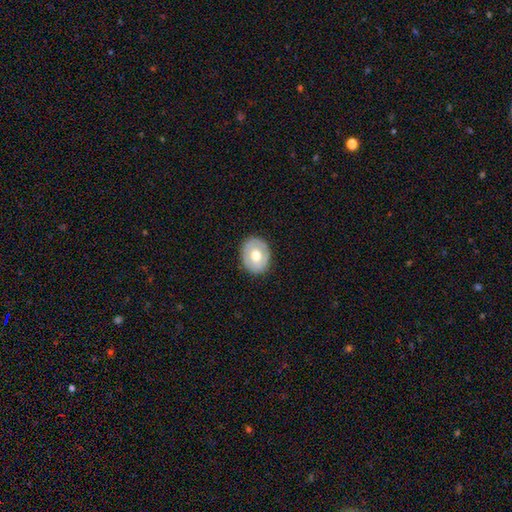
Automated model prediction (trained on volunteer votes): The model was most divided on "how rounded": round: 55%, in between: 44%, cigar-shaped: 1%. More confident: merging — none (85%); smooth or featured — smooth (58%).